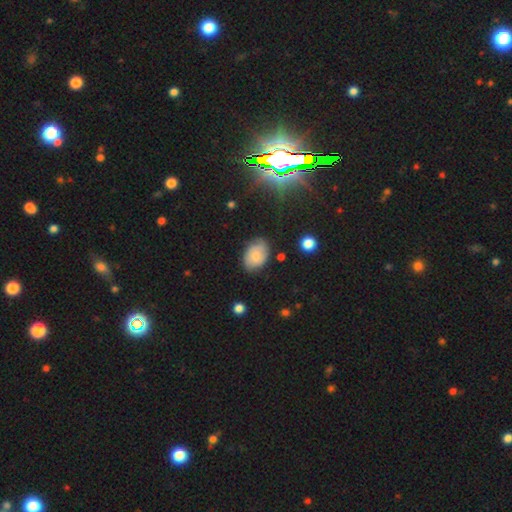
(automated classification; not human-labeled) smooth_or_featured: smooth (p=0.59) [alt: featured or disk p=0.32]
how_rounded: in between (p=0.78) [alt: round p=0.21]
merging: none (p=0.70) [alt: minor disturbance p=0.23]